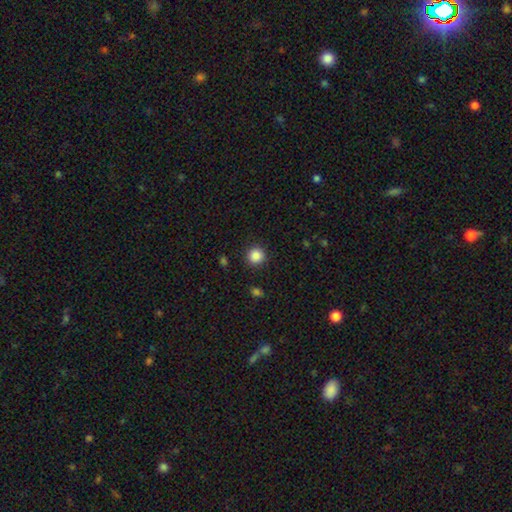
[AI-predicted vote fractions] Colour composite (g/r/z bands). It shows a smooth galaxy with no disk features (86%) that is round (94%). Merging: none (90%).